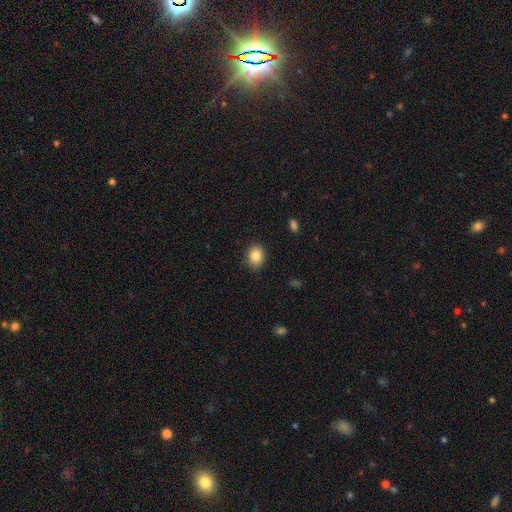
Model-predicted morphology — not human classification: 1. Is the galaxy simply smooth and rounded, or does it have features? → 86% smooth, 9% star or artifact, 6% featured or disk.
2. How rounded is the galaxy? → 55% in between, 44% round, 1% cigar-shaped.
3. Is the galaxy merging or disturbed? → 87% none, 10% minor disturbance, 2% major disturbance, 1% merger.